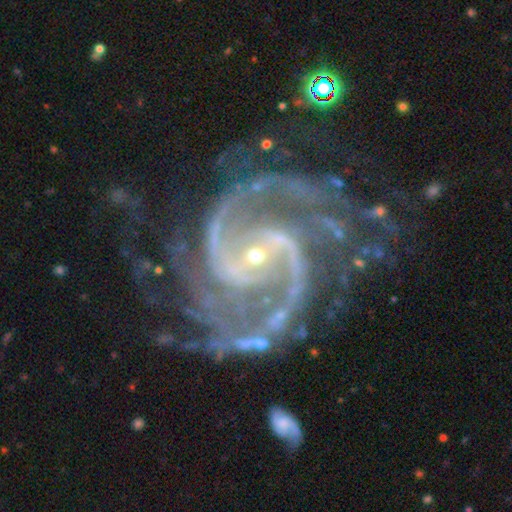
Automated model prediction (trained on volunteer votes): The model was most divided on "bar": no: 40%, weak: 38%, strong: 22%. More confident: spiral arms — yes (99%); edge-on disk — no (98%); smooth or featured — featured or disk (94%); bulge size — small (84%); spiral arm count — 2 (66%); merging — none (63%); spiral winding — medium (58%).